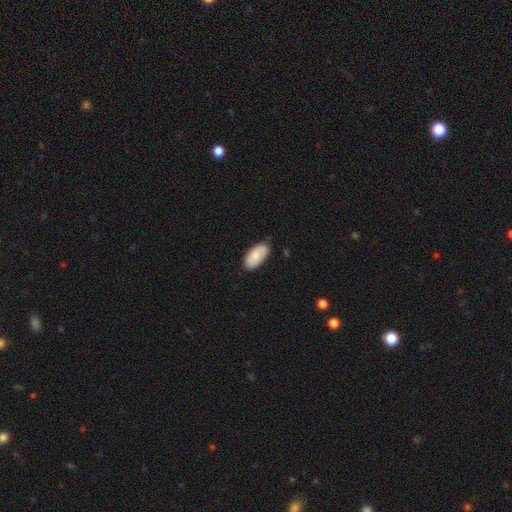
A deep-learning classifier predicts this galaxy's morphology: The model was most divided on "merging": none: 78%, minor disturbance: 18%, major disturbance: 3%, merger: 1%. More confident: how rounded — in between (94%); smooth or featured — smooth (81%).